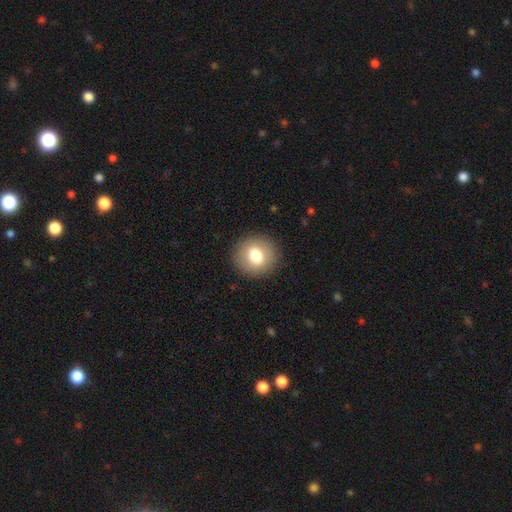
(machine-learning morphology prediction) A smooth galaxy with no disk features (75%) that is round (86%). Merging: none (90%).